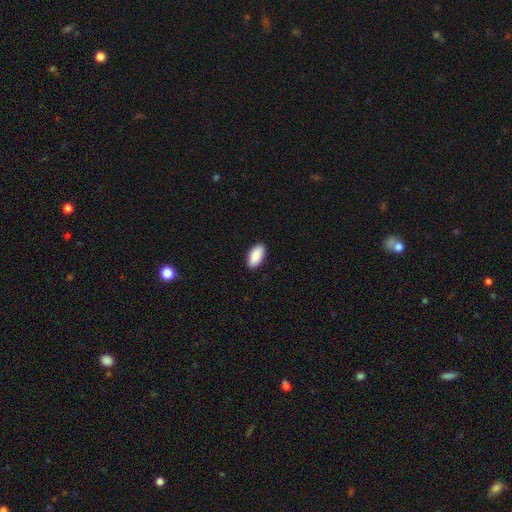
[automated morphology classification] A smooth galaxy with no disk features (91%) that is in between round and cigar-shaped (94%).

Vote fractions:
- Smooth or featured? smooth: 91% / star or artifact: 6% / featured or disk: 3%
- How rounded? in between: 94% / cigar-shaped: 4% / round: 2%
- Merging? none: 91% / minor disturbance: 7% / major disturbance: 2% / merger: 1%